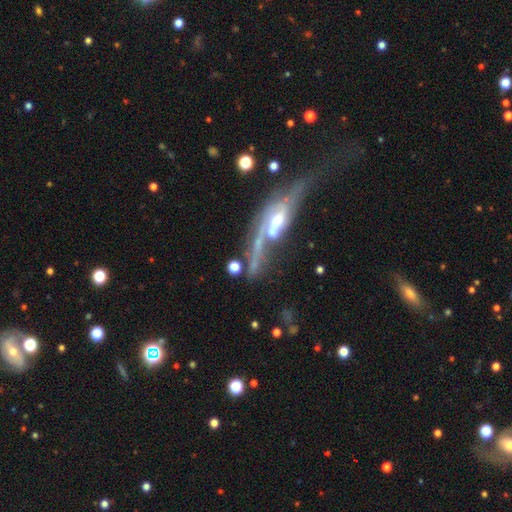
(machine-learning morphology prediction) featured or disk 74%, smooth 17%, star or artifact 9%. Down the decision tree: edge-on disk — no (52%); merging — none (33%).